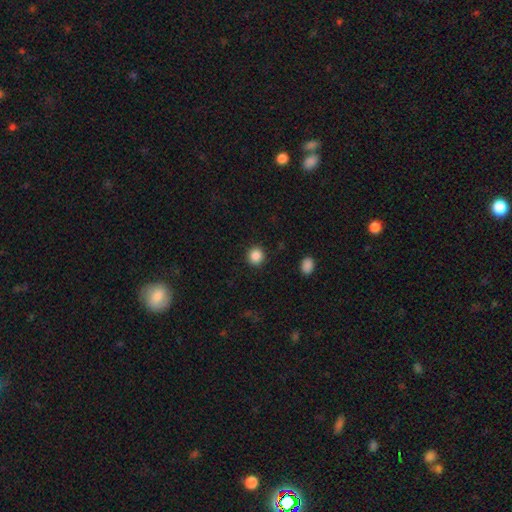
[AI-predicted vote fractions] Morphology: type=smooth (87%); roundness=round (92%); merging=none (91%).